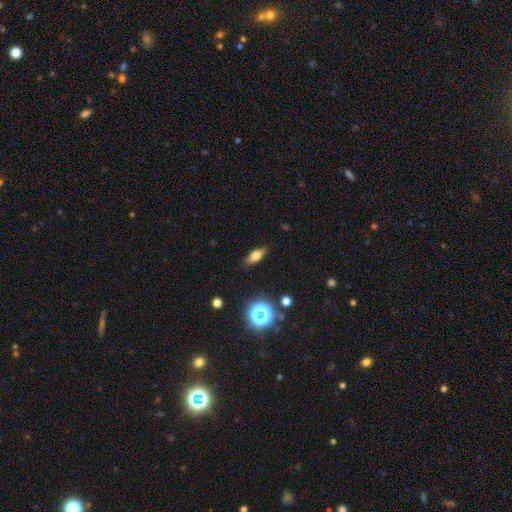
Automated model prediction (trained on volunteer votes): Smooth or featured? Predicted: smooth (p=0.70). How rounded? Predicted: in between (p=0.71). Merging? Predicted: none (p=0.85).